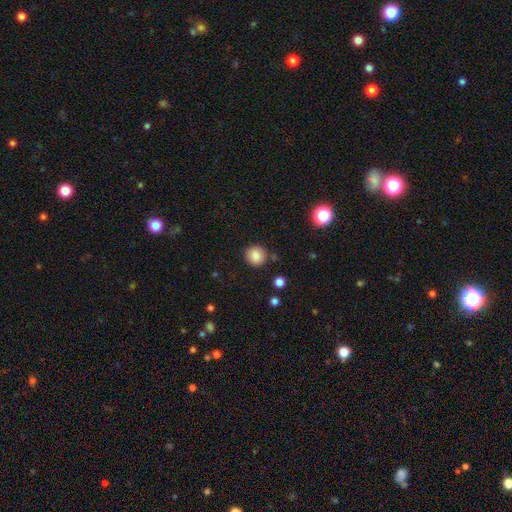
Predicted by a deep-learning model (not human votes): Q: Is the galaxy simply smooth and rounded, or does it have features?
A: smooth — 86%.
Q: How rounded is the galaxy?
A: round — 92%.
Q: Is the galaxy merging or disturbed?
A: none — 86%.